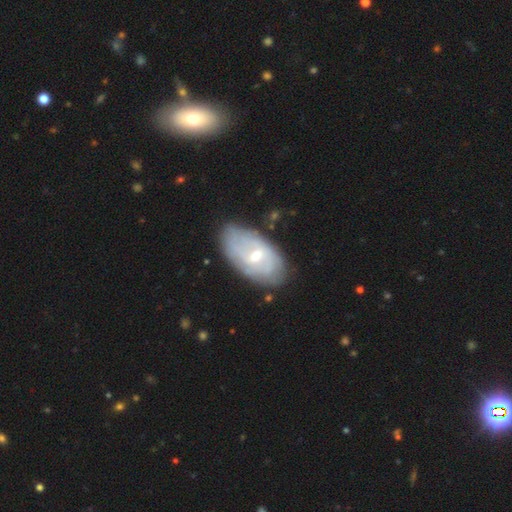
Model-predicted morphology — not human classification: smooth_or_featured: featured or disk (p=0.62) [alt: smooth p=0.31]
disk_edge_on: no (p=0.92) [alt: yes p=0.08]
bar: weak (p=0.59) [alt: no p=0.26]
has_spiral_arms: yes (p=0.70) [alt: no p=0.30]
bulge_size: moderate (p=0.48) [alt: small p=0.46]
merging: none (p=0.73) [alt: minor disturbance p=0.20]